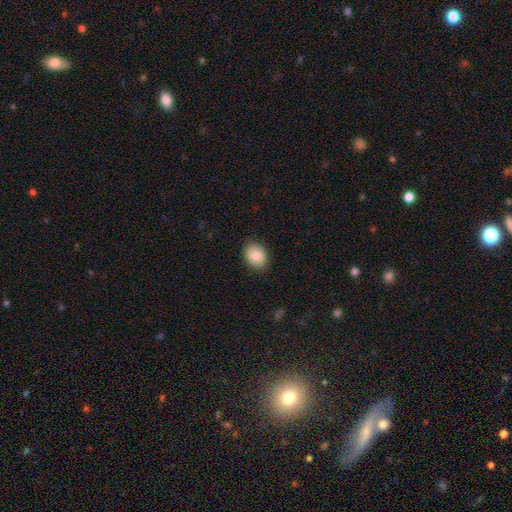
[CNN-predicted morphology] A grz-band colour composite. It shows a smooth galaxy with no disk features (82%) that is in between round and cigar-shaped (69%). Merging: none (86%).